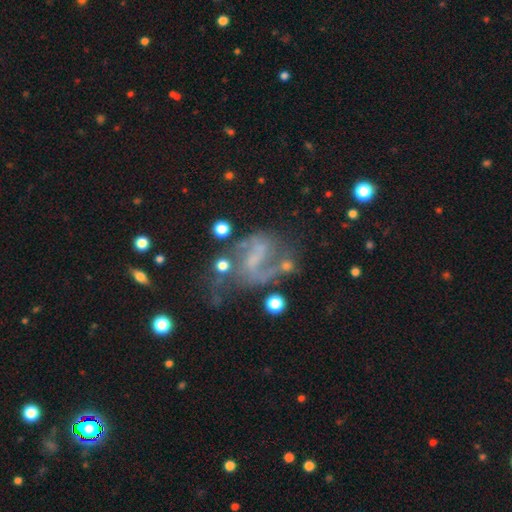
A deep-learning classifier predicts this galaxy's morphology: type=featured or disk (74%); edge-on=no (97%); bar=weak (42%); spiral arms=yes (82%); winding=loose (44%); arm count=2 (74%); bulge=none (54%); merging=none (41%).